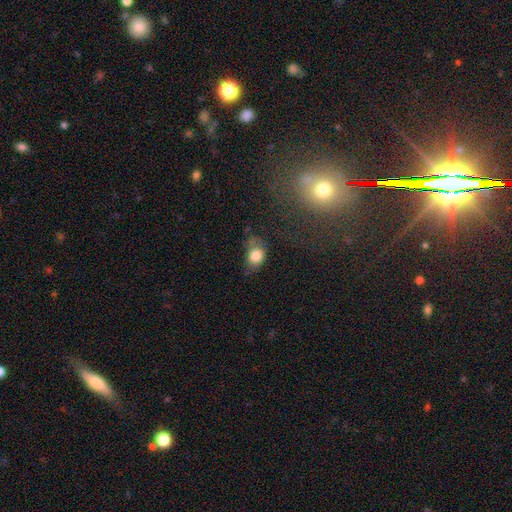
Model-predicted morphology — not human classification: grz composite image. It shows a smooth galaxy with no disk features (78%) that is in between round and cigar-shaped (64%). Merging: none (44%).